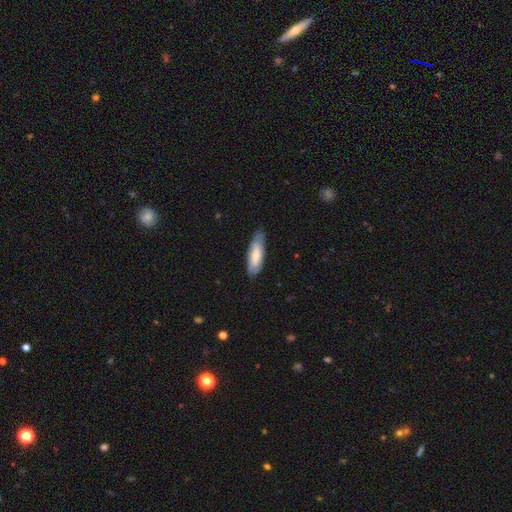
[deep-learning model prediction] Smooth or featured? smooth (67%)
How rounded? in between (58%)
Merging? none (73%)